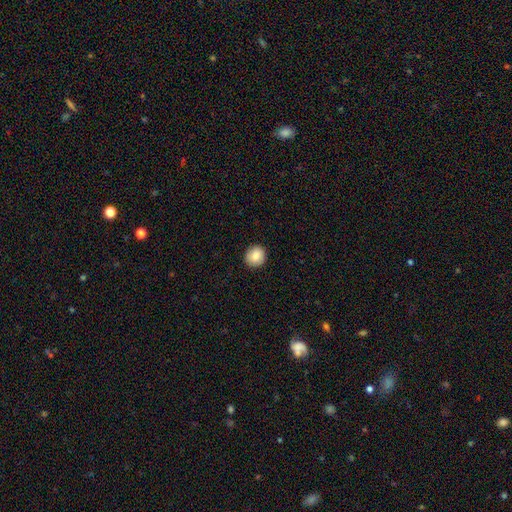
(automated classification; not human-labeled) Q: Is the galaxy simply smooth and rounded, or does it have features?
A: smooth — 86%.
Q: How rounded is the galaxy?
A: round — 89%.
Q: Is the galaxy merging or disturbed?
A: none — 90%.